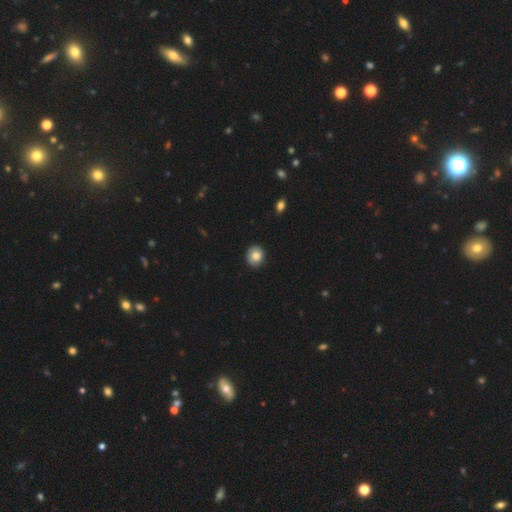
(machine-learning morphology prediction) Smooth or featured? smooth (83%)
How rounded? round (73%)
Merging? none (89%)